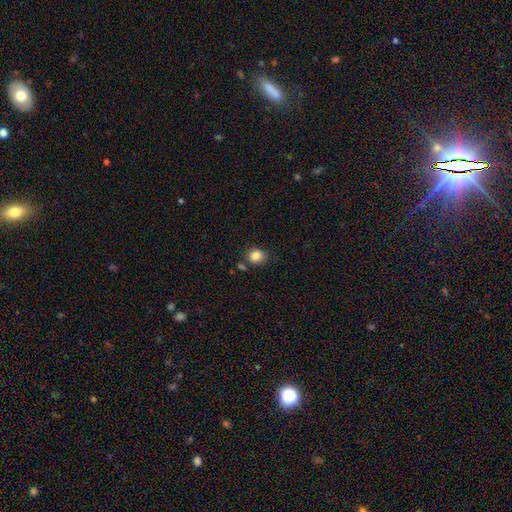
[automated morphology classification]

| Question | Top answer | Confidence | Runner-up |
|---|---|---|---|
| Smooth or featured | smooth | 85% | star or artifact (10%) |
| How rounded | round | 68% | in between (31%) |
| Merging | none | 78% | minor disturbance (12%) |